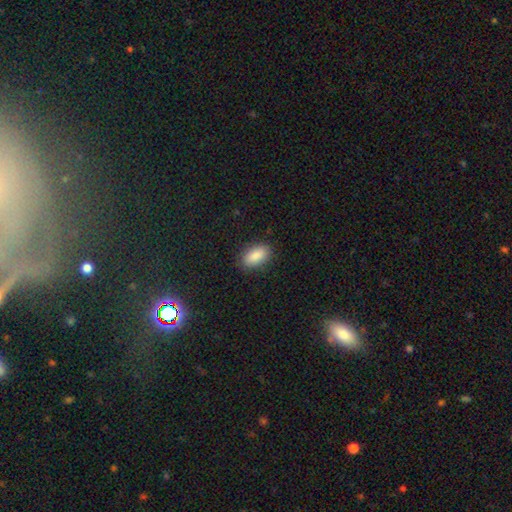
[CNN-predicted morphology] smooth 90%, star or artifact 7%, featured or disk 4%. Down the decision tree: how rounded — in between (93%); merging — none (88%).